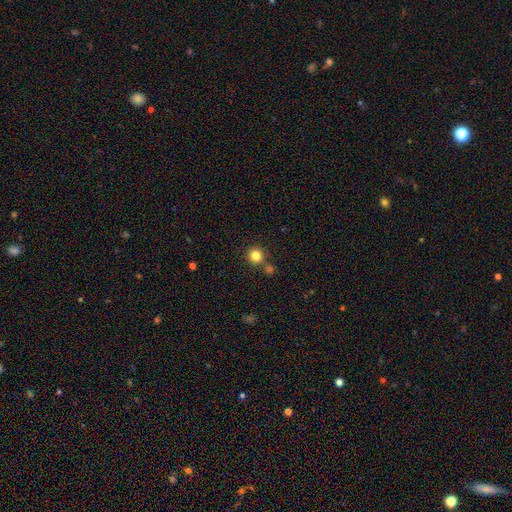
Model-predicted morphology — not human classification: smooth_or_featured: smooth (p=0.83) [alt: star or artifact p=0.12]
how_rounded: round (p=0.94) [alt: in between p=0.05]
merging: none (p=0.79) [alt: merger p=0.11]